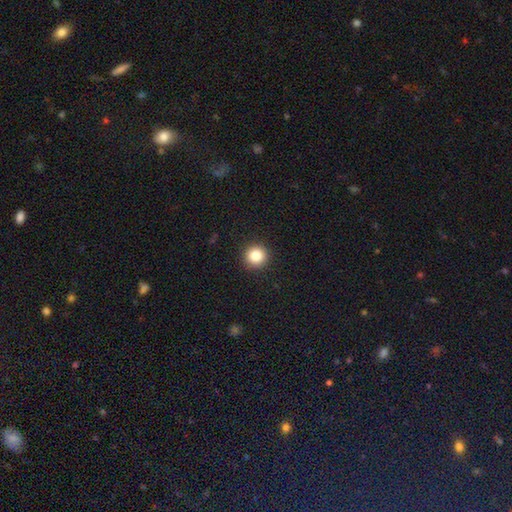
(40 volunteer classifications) Smooth or featured?
  - smooth: 85% *
  - featured or disk: 8%
  - star or artifact: 8%
How rounded?
  - round: 94% *
  - in between: 6%
  - cigar-shaped: 0%
Merging?
  - none: 89% *
  - minor disturbance: 8%
  - major disturbance: 3%
  - merger: 0%